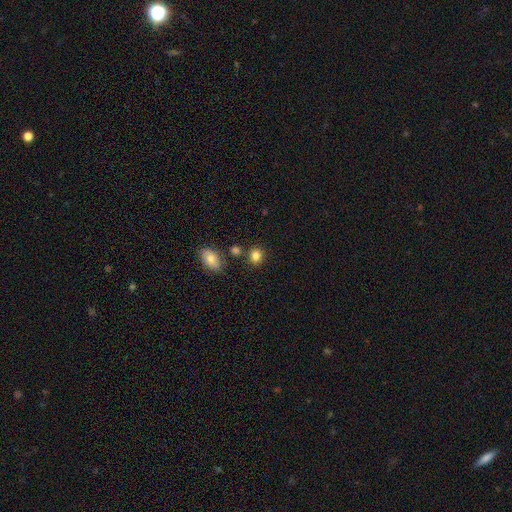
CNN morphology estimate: Smooth or featured? smooth (83%)
How rounded? round (67%)
Merging? none (78%)